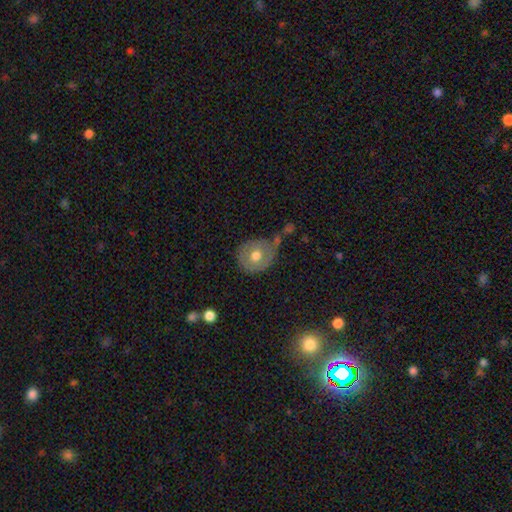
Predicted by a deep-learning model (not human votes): smooth-or-featured: smooth: 59% | featured or disk: 33% | star or artifact: 7%
  how-rounded: round: 75% | in between: 24% | cigar-shaped: 1%
  merging: none: 56% | minor disturbance: 23% | merger: 11% | major disturbance: 10%